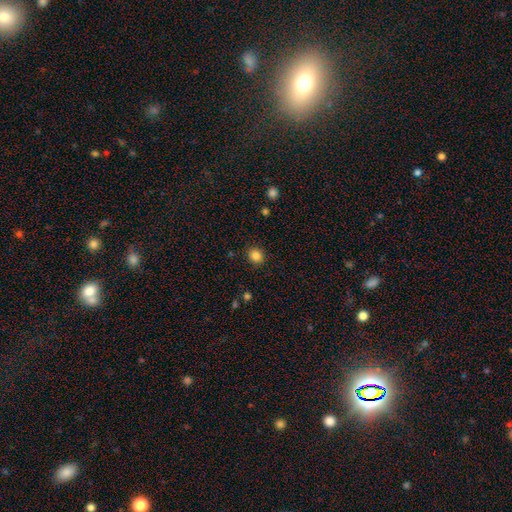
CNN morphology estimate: A smooth galaxy with no disk features (85%) that is round (85%).

Vote fractions:
- Smooth or featured? smooth: 85% / star or artifact: 11% / featured or disk: 4%
- How rounded? round: 85% / in between: 14% / cigar-shaped: 1%
- Merging? none: 90% / minor disturbance: 7% / major disturbance: 2% / merger: 1%